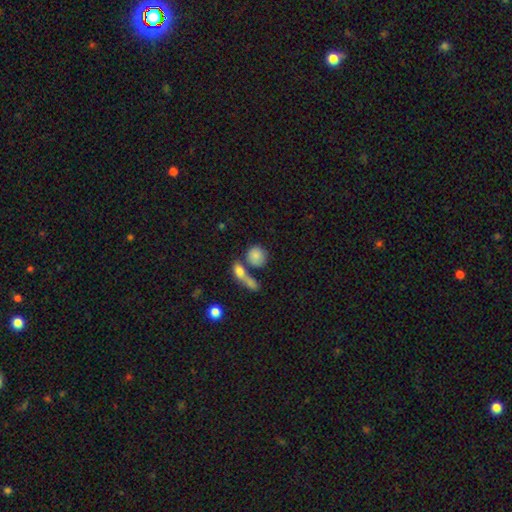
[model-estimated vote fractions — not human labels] smooth-or-featured: smooth: 82% | featured or disk: 10% | star or artifact: 9%
  how-rounded: round: 75% | in between: 22% | cigar-shaped: 3%
  merging: none: 52% | merger: 32% | minor disturbance: 10% | major disturbance: 5%